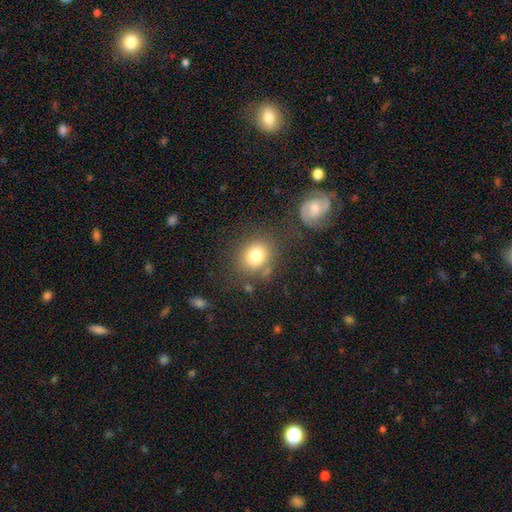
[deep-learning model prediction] Overall: smooth (79%). How rounded: round (65%; in between 34%). Merging: none (74%).